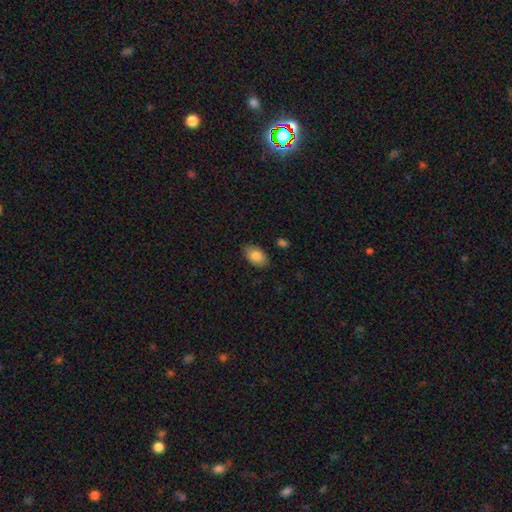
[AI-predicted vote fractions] Overall: smooth (84%). How rounded: in between (91%). Merging: none (84%).